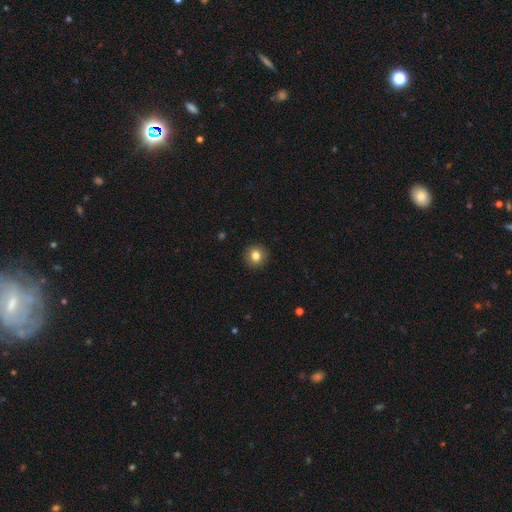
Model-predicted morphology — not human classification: Smooth or featured? Predicted: smooth (p=0.83). How rounded? Predicted: round (p=0.92). Merging? Predicted: none (p=0.92).